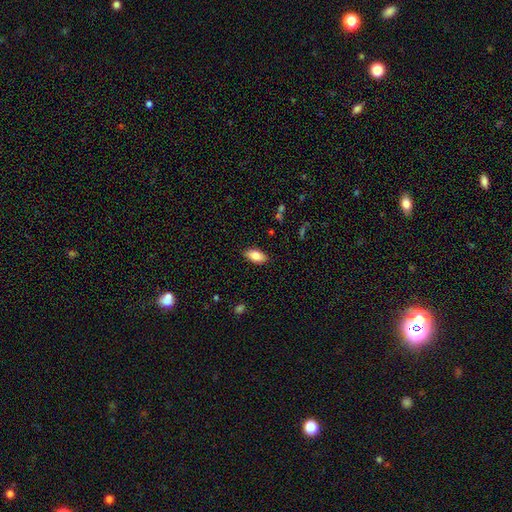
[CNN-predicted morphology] Smooth or featured? Predicted: smooth (p=0.85). How rounded? Predicted: in between (p=0.90). Merging? Predicted: none (p=0.87).